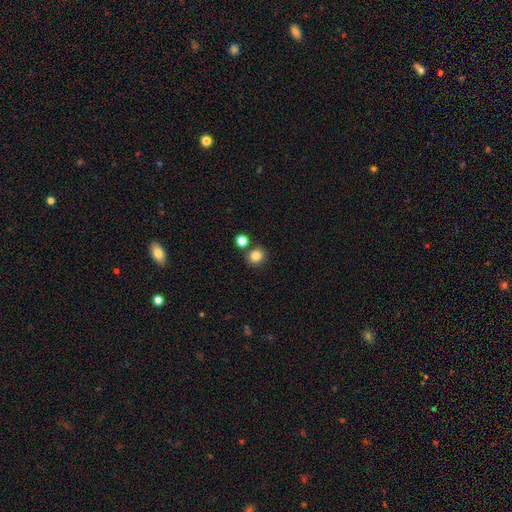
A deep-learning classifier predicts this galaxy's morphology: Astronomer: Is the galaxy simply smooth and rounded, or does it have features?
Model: smooth — 83%.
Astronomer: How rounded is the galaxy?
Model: round — 82%.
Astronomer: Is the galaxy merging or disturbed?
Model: none — 78%.